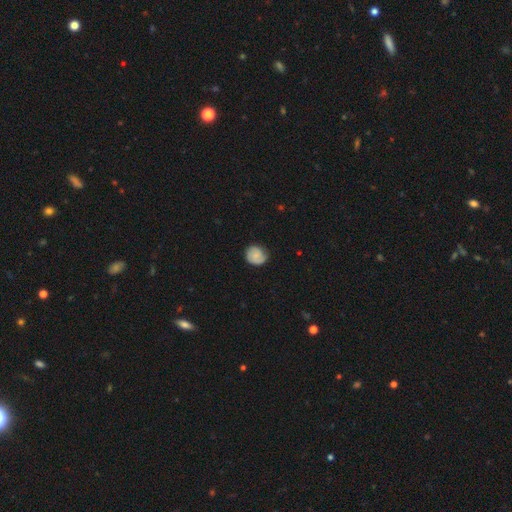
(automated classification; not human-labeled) Smooth or featured: smooth — 66% (featured or disk — 26%)
How rounded: round — 79% (in between — 20%)
Merging: none — 71% (minor disturbance — 23%)